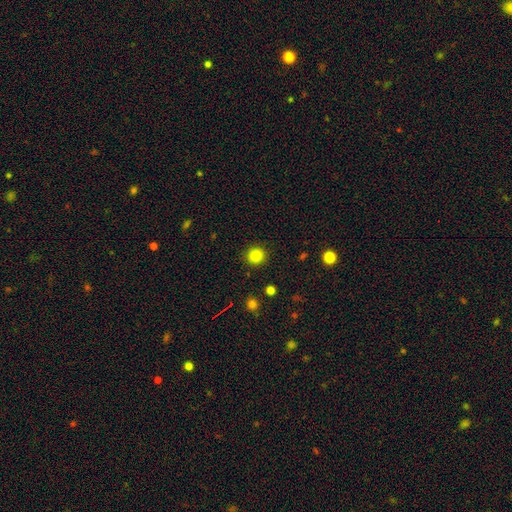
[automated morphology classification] Smooth or featured? smooth (86%)
How rounded? round (91%)
Merging? none (90%)